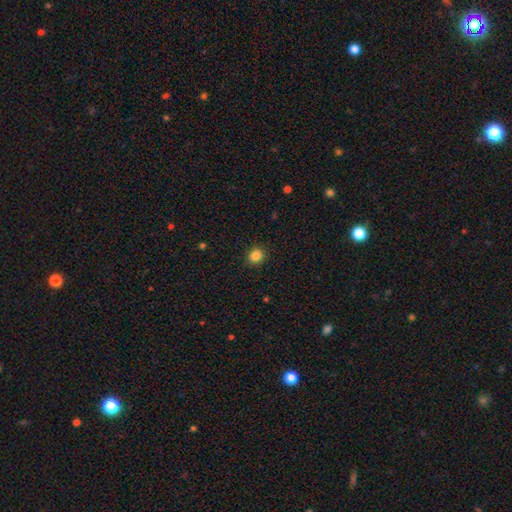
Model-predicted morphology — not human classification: type=smooth (85%); roundness=round (83%); merging=none (90%).